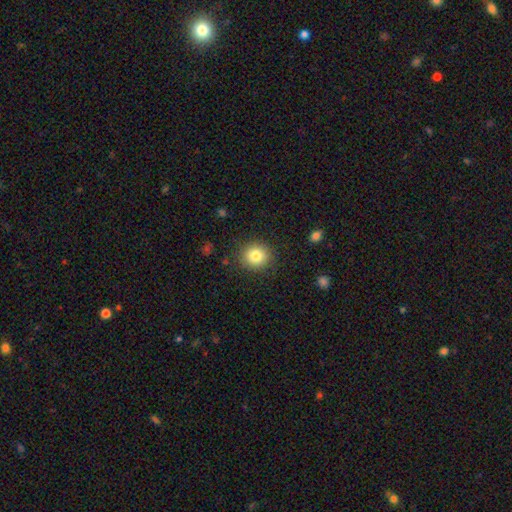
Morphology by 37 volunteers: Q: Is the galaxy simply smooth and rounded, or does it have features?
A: smooth — 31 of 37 (84%).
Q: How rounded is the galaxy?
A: round — 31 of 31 (100%).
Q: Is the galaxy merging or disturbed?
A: none — 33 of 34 (97%).